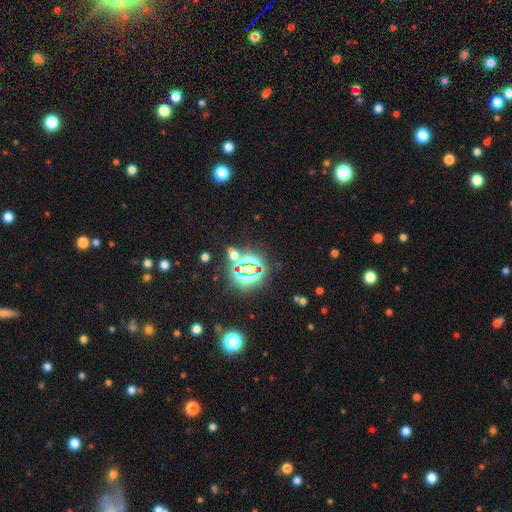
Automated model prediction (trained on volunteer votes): smooth-or-featured: star or artifact: 79% | smooth: 14% | featured or disk: 7%